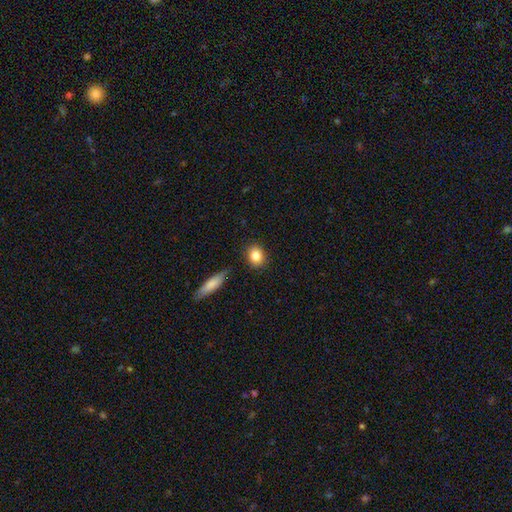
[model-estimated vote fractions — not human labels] Overall: smooth (84%). How rounded: round (59%; in between 38%). Merging: none (86%).